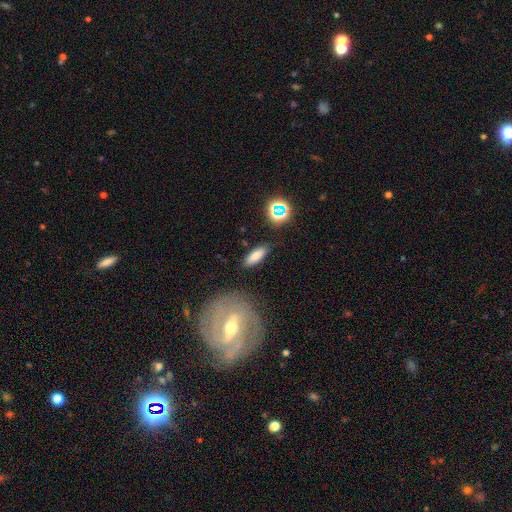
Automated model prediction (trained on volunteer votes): A smooth galaxy with no disk features (78%) that is in between round and cigar-shaped (62%).

Vote fractions:
- Smooth or featured? smooth: 78% / featured or disk: 12% / star or artifact: 10%
- How rounded? in between: 62% / cigar-shaped: 35% / round: 3%
- Merging? none: 84% / minor disturbance: 10% / major disturbance: 3% / merger: 3%